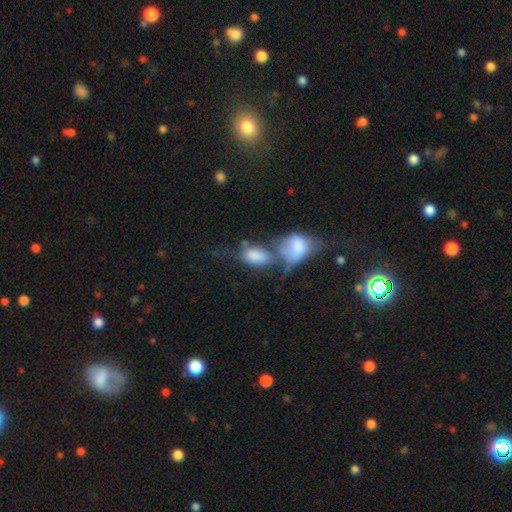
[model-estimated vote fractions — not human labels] Morphology: type=smooth (79%); roundness=in between (90%); merging=merger (60%).